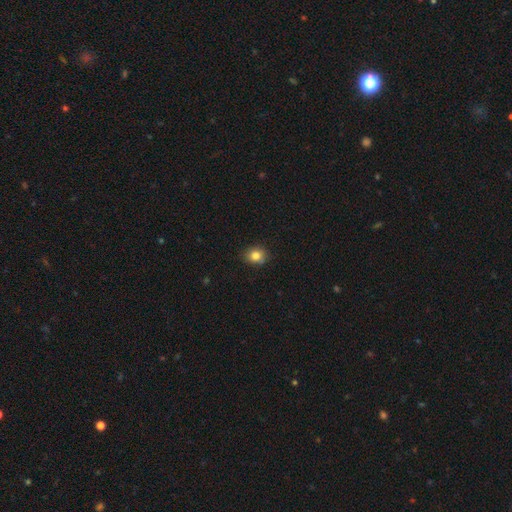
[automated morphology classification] A smooth galaxy with no disk features (82%) that is round (61%). Merging: none (85%).